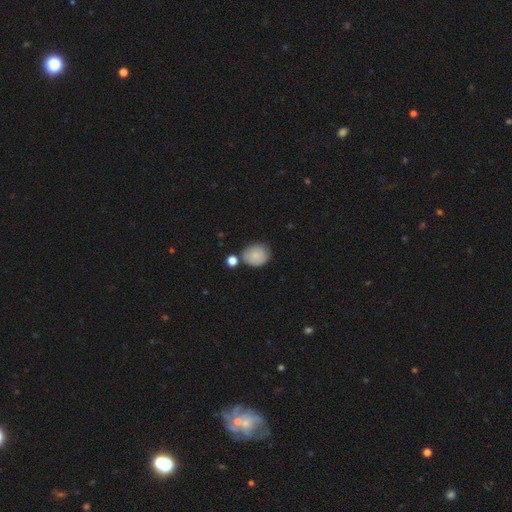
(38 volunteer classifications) Overall: smooth (84%). How rounded: round (69%; in between 31%). Merging: none (71%).